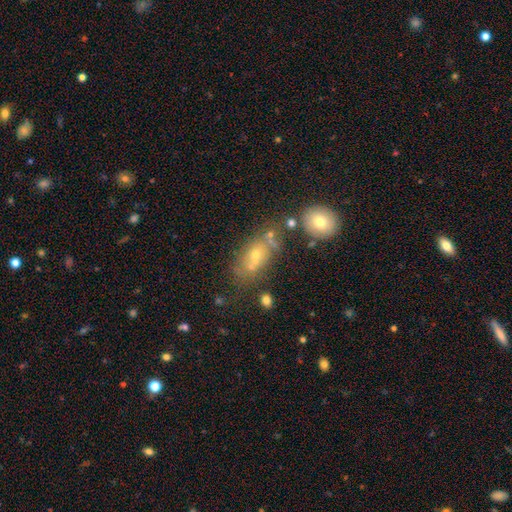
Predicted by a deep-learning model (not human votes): Smooth or featured?
  - smooth: 43% *
  - featured or disk: 38%
  - star or artifact: 19%
Merging?
  - none: 52% *
  - minor disturbance: 20%
  - merger: 15%
  - major disturbance: 13%